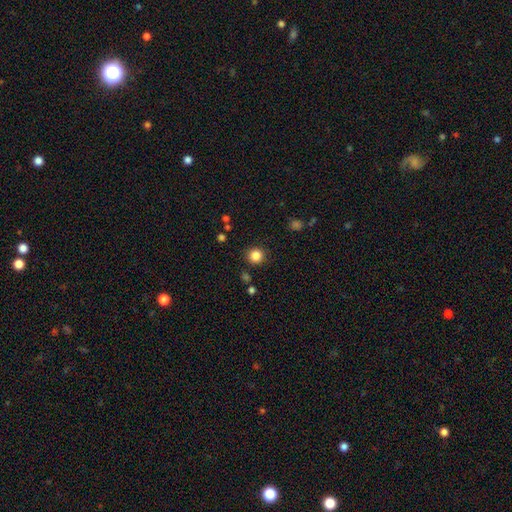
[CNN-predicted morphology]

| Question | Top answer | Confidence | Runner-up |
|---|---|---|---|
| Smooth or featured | smooth | 84% | star or artifact (12%) |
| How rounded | round | 94% | in between (5%) |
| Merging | none | 89% | minor disturbance (6%) |